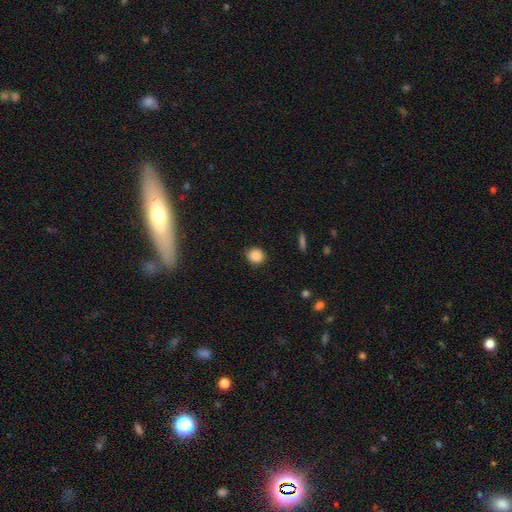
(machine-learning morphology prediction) smooth 87%, star or artifact 10%, featured or disk 3%. Down the decision tree: how rounded — round (88%); merging — none (86%).